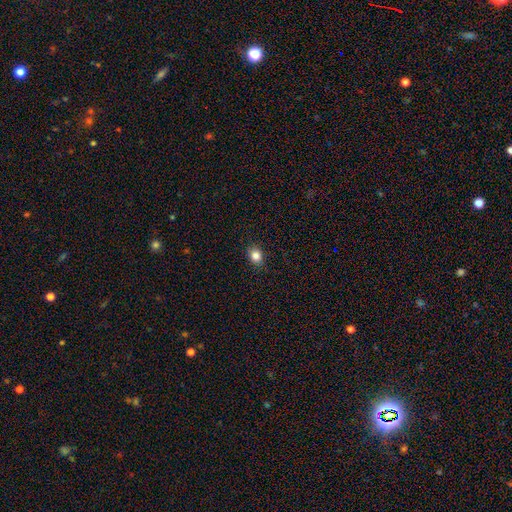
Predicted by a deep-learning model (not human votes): Smooth or featured? Predicted: smooth (p=0.84). How rounded? Predicted: round (p=0.54). Merging? Predicted: none (p=0.89).